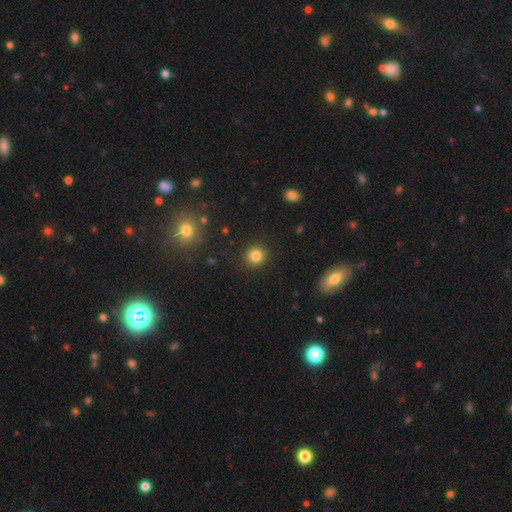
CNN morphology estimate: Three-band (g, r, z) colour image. It shows a smooth galaxy with no disk features (83%) that is round (92%). Merging: none (91%).